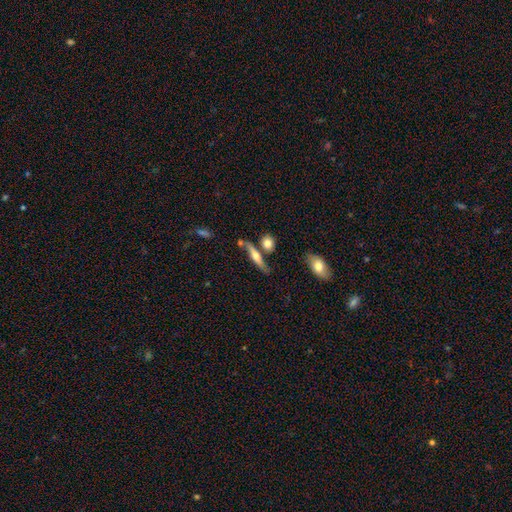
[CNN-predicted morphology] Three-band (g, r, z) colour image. It shows a featured or disk galaxy (54%) viewed edge-on (88%). Merging: none (67%).